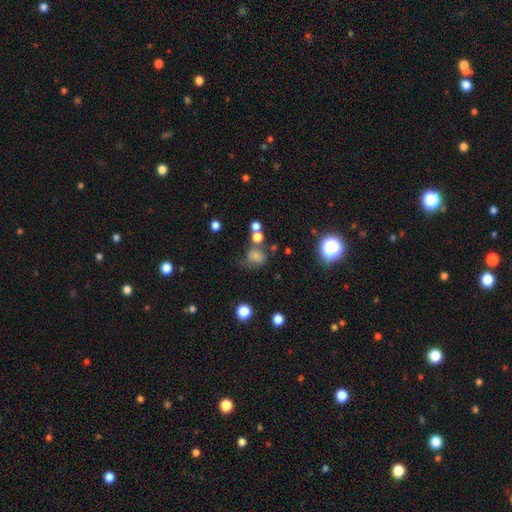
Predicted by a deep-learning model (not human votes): Q: Smooth or featured?
A: smooth (67%); runner-up: star or artifact (19%)
Q: How rounded?
A: round (61%); runner-up: in between (37%)
Q: Merging?
A: none (43%); runner-up: minor disturbance (24%)